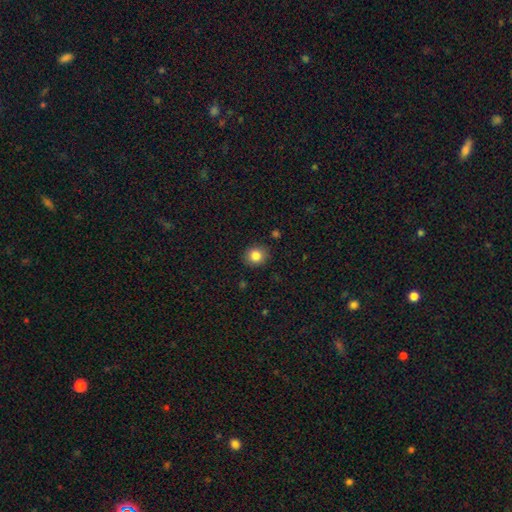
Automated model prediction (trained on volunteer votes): Smooth or featured: smooth — 84% (star or artifact — 10%)
How rounded: round — 81% (in between — 18%)
Merging: none — 89% (minor disturbance — 7%)